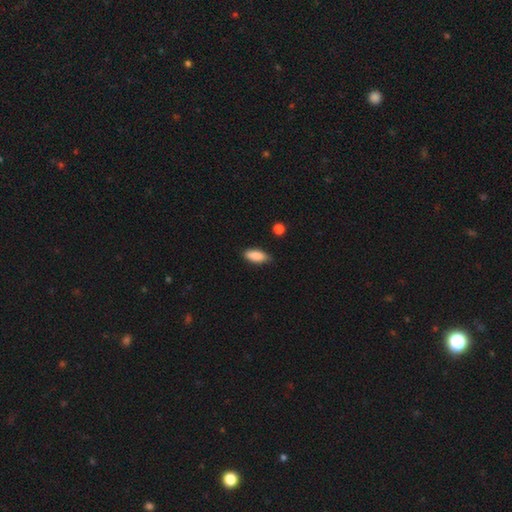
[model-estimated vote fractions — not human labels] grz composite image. It shows a smooth galaxy with no disk features (88%) that is in between round and cigar-shaped (80%). Merging: none (81%).